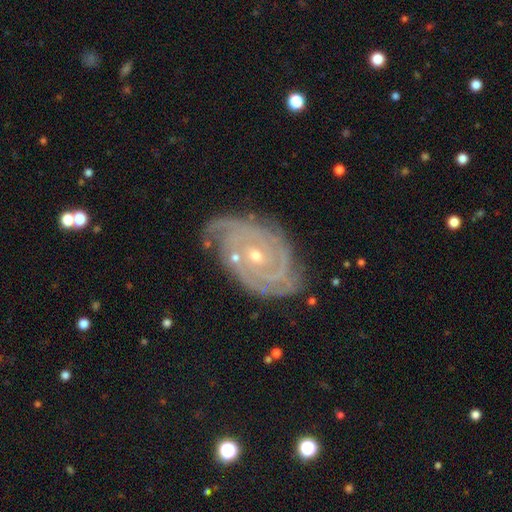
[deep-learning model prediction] Q: Smooth or featured?
A: featured or disk (89%); runner-up: star or artifact (6%)
Q: Edge-on disk?
A: no (97%); runner-up: yes (3%)
Q: Bar?
A: no (71%); runner-up: weak (22%)
Q: Spiral arms?
A: yes (98%); runner-up: no (2%)
Q: Spiral winding?
A: tight (81%); runner-up: medium (16%)
Q: Spiral arm count?
A: 3 (27%); runner-up: 2 (24%)
Q: Bulge size?
A: small (67%); runner-up: moderate (31%)
Q: Merging?
A: none (70%); runner-up: minor disturbance (20%)